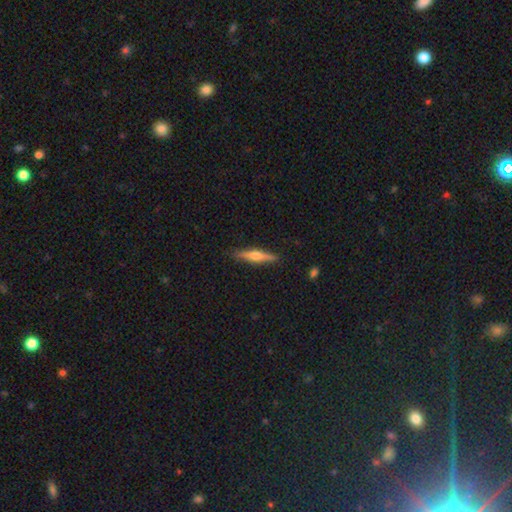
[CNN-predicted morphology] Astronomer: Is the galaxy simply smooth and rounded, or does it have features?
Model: featured or disk — 60%.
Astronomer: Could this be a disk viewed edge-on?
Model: yes — 97%.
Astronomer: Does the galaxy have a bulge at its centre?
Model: rounded — 88%.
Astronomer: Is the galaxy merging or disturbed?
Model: none — 88%.